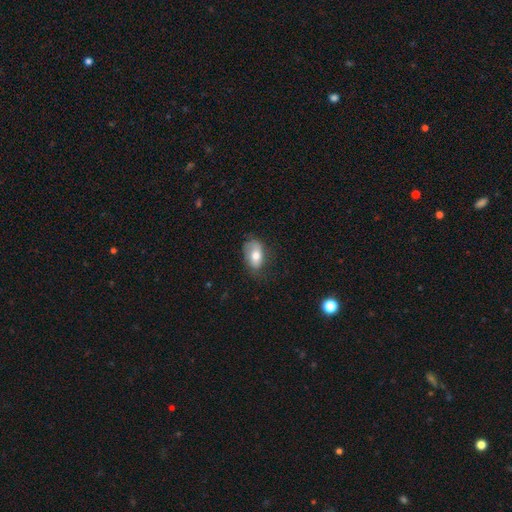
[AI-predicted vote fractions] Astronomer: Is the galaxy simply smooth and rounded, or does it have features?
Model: smooth — 68%.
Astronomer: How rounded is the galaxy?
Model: in between — 89%.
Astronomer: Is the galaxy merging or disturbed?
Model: none — 53% (runner-up: minor disturbance, 31%).